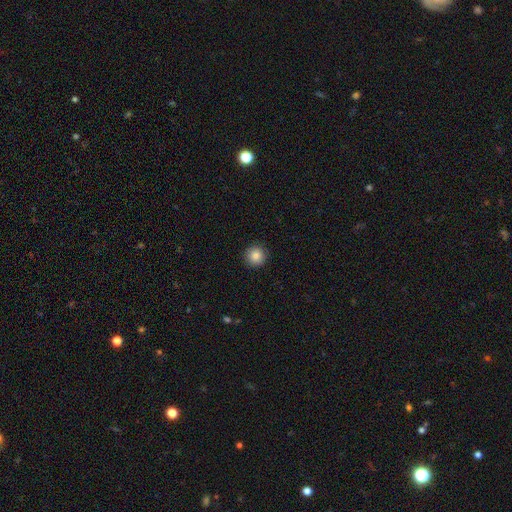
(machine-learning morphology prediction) smooth-or-featured: smooth: 86% | star or artifact: 9% | featured or disk: 4%
  how-rounded: round: 94% | in between: 5% | cigar-shaped: 1%
  merging: none: 91% | minor disturbance: 6% | major disturbance: 2% | merger: 1%